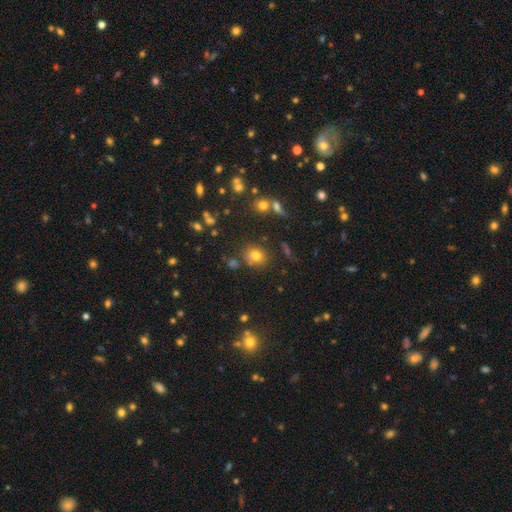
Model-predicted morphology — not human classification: smooth-or-featured: smooth: 74% | star or artifact: 16% | featured or disk: 10%
  how-rounded: round: 67% | in between: 31% | cigar-shaped: 1%
  merging: none: 75% | minor disturbance: 12% | merger: 8% | major disturbance: 4%